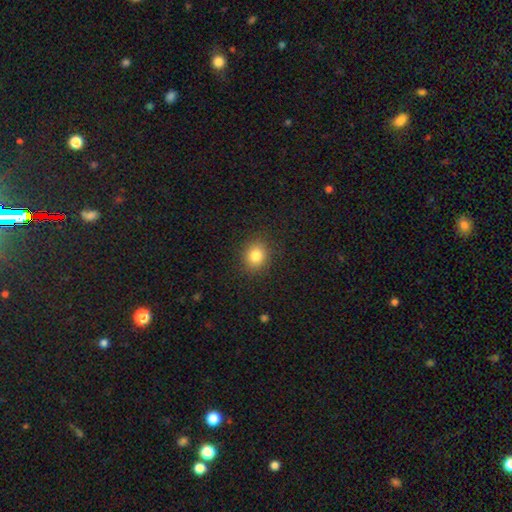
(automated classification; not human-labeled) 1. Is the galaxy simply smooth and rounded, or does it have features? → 83% smooth, 11% star or artifact, 6% featured or disk.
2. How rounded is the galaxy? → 75% round, 24% in between, 1% cigar-shaped.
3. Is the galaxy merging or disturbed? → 88% none, 8% minor disturbance, 3% major disturbance, 1% merger.